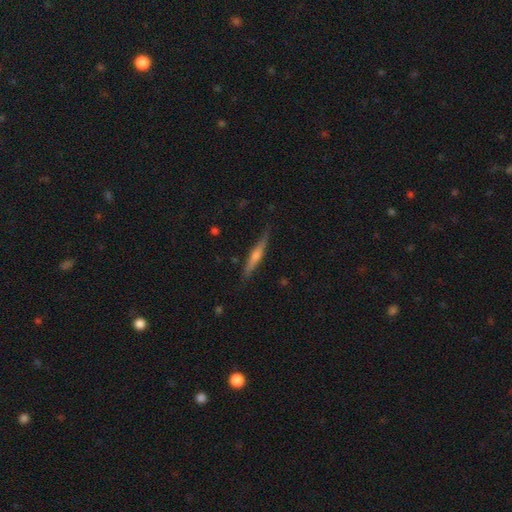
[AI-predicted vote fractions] The model was most divided on "smooth or featured": featured or disk: 69%, smooth: 25%, star or artifact: 6%. More confident: edge-on disk — yes (97%); merging — none (87%); edge-on bulge — rounded (81%).